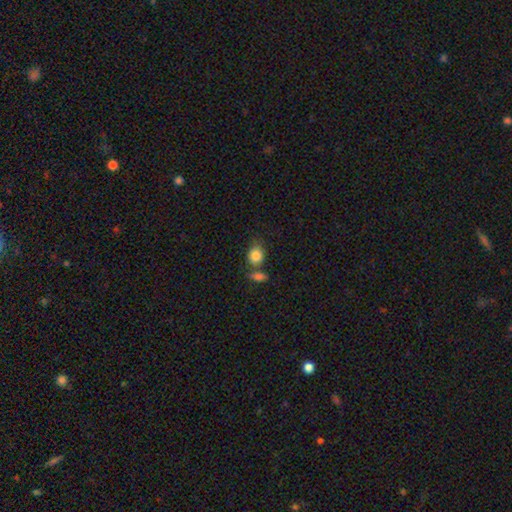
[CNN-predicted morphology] Q: Smooth or featured?
A: smooth (85%); runner-up: star or artifact (8%)
Q: How rounded?
A: round (56%); runner-up: in between (42%)
Q: Merging?
A: none (53%); runner-up: merger (27%)